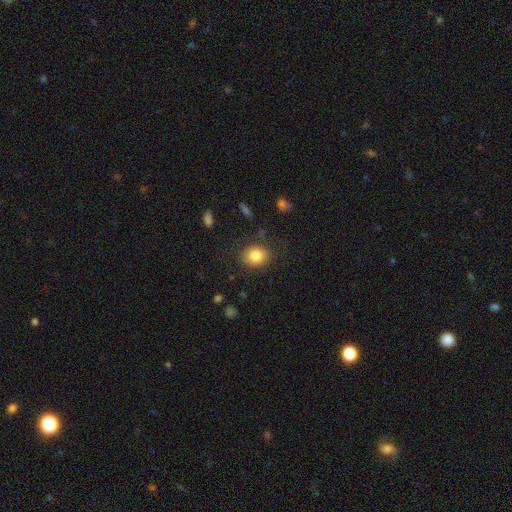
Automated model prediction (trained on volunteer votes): Smooth or featured: smooth — 82% (star or artifact — 10%)
How rounded: round — 62% (in between — 37%)
Merging: none — 83% (minor disturbance — 11%)